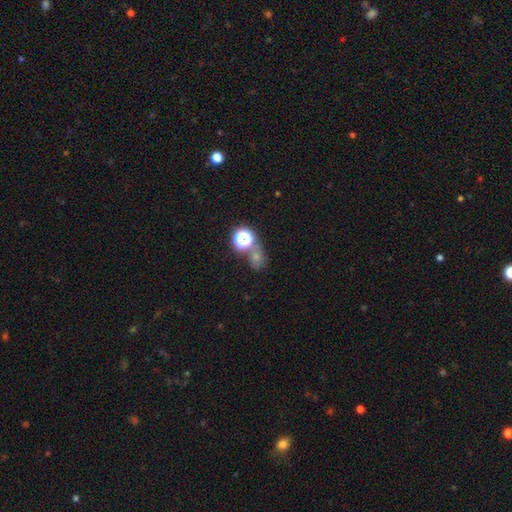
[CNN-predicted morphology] The model was most divided on "smooth or featured": smooth: 55%, star or artifact: 34%, featured or disk: 10%. More confident: how rounded — round (62%); merging — none (53%).